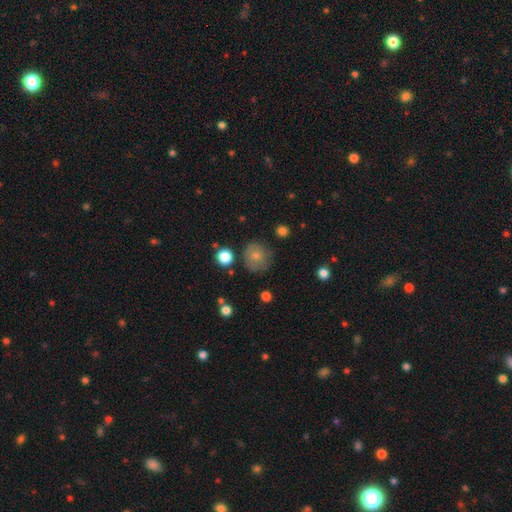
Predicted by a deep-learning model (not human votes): Morphology: type=smooth (77%); roundness=round (82%); merging=none (67%).